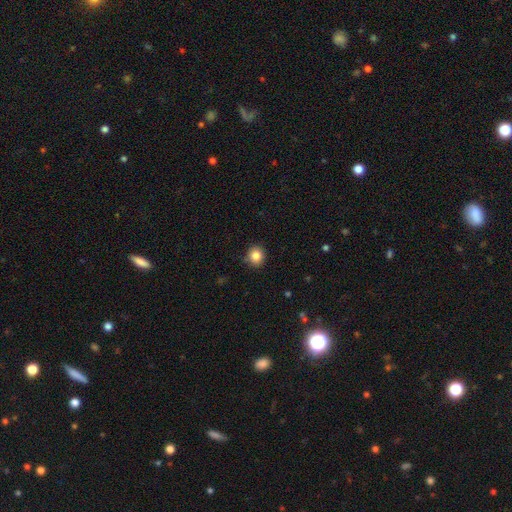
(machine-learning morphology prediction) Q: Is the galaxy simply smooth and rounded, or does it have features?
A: smooth — 85%.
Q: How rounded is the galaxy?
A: round — 83%.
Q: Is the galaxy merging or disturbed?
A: none — 87%.